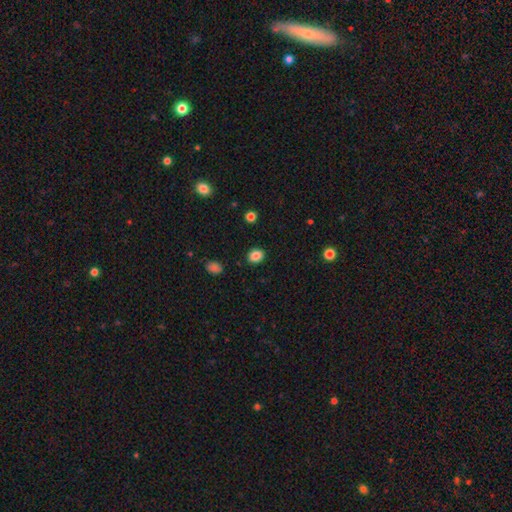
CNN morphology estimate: Smooth or featured: smooth — 86% (star or artifact — 10%)
How rounded: round — 58% (in between — 41%)
Merging: none — 89% (minor disturbance — 7%)